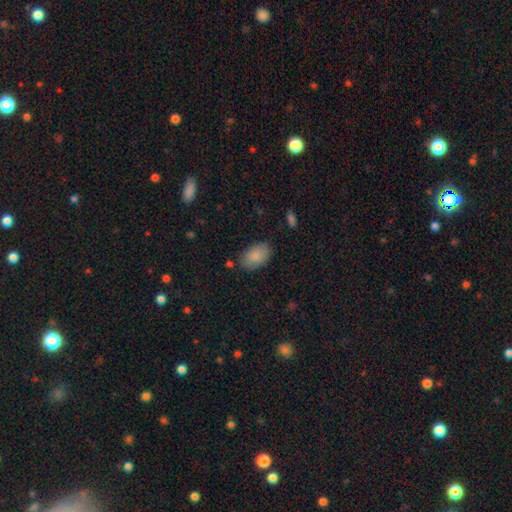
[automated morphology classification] A smooth galaxy with no disk features (87%) that is in between round and cigar-shaped (91%). Merging: none (81%).